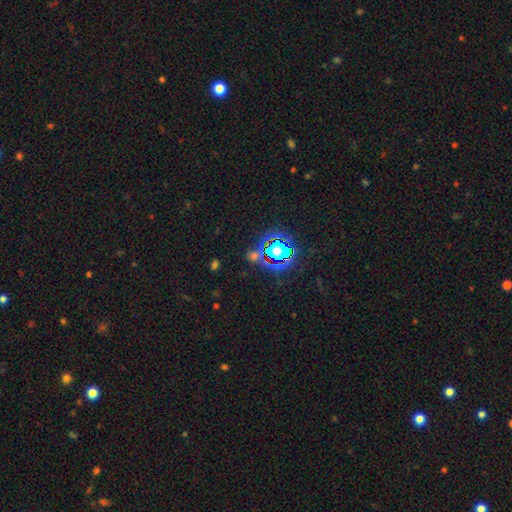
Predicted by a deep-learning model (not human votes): smooth_or_featured: star or artifact (p=0.74) [alt: smooth p=0.17]